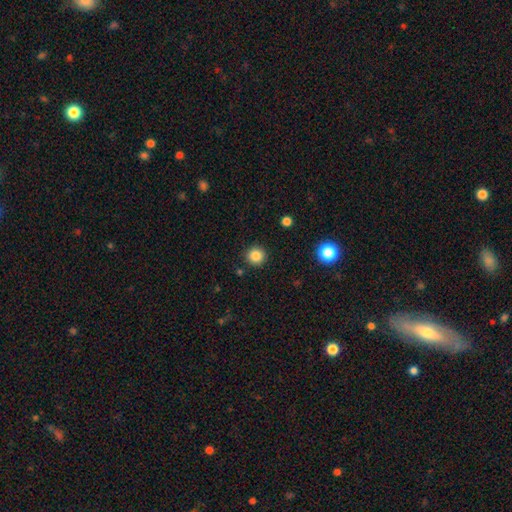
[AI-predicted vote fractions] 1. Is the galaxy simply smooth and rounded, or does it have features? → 85% smooth, 11% star or artifact, 4% featured or disk.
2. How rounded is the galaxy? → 95% round, 4% in between, 1% cigar-shaped.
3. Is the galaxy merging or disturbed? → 91% none, 5% minor disturbance, 2% major disturbance, 2% merger.